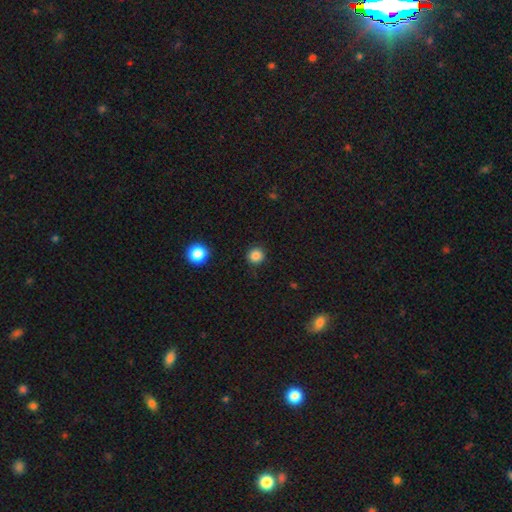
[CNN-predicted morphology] Overall: smooth (84%). How rounded: round (94%). Merging: none (91%).